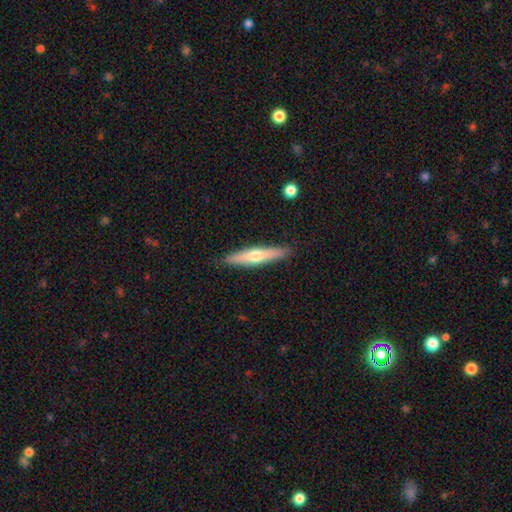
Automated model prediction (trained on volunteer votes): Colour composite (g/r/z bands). It shows a smooth galaxy with no disk features (48%). Merging: none (89%).